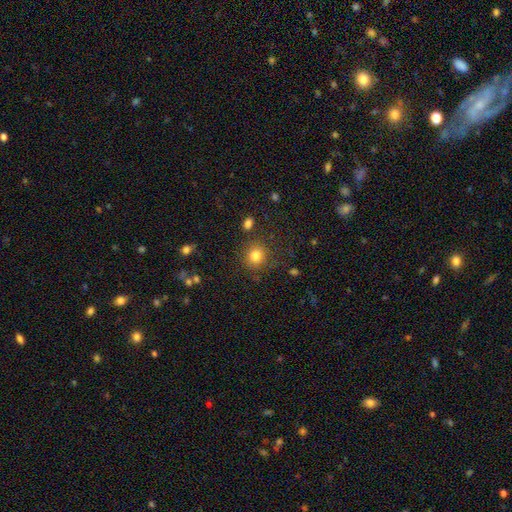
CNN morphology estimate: Q: Smooth or featured?
A: smooth (81%); runner-up: star or artifact (13%)
Q: How rounded?
A: round (88%); runner-up: in between (11%)
Q: Merging?
A: none (82%); runner-up: minor disturbance (10%)